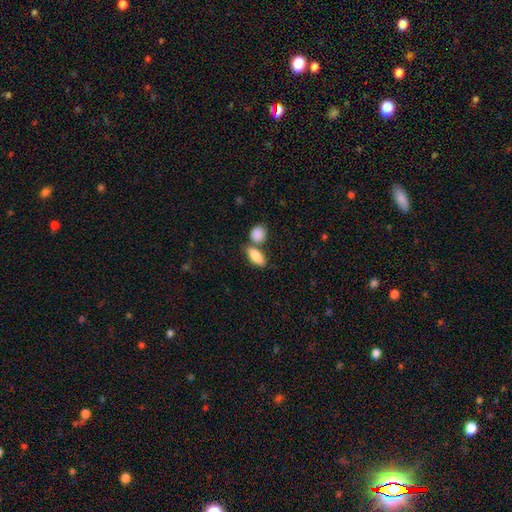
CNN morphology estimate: Q: Smooth or featured?
A: smooth (86%); runner-up: featured or disk (8%)
Q: How rounded?
A: in between (81%); runner-up: cigar-shaped (12%)
Q: Merging?
A: none (52%); runner-up: merger (32%)